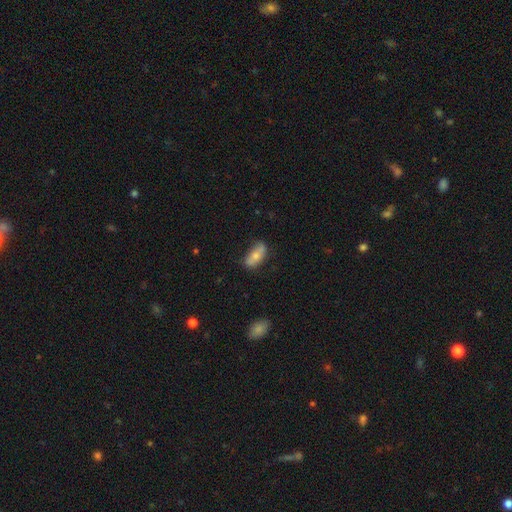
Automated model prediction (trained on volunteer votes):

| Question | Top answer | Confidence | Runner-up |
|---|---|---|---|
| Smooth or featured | smooth | 69% | featured or disk (24%) |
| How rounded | in between | 86% | cigar-shaped (11%) |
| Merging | none | 64% | minor disturbance (27%) |